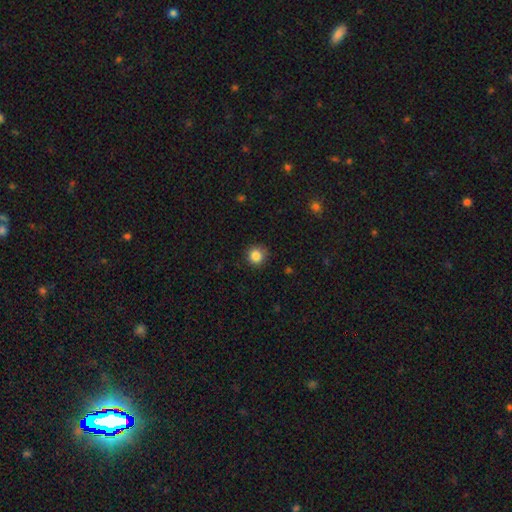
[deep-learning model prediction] This is clearly a smooth galaxy (85%). How rounded: clearly round (93%). Merging: clearly none (87%).